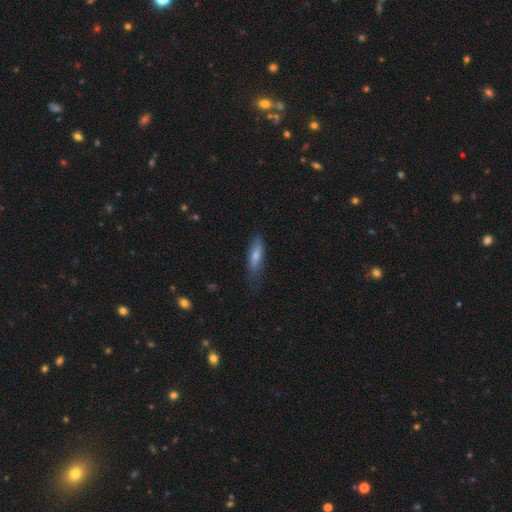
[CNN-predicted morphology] Smooth or featured?
  - smooth: 72% *
  - featured or disk: 22%
  - star or artifact: 6%
How rounded?
  - cigar-shaped: 56% *
  - in between: 42%
  - round: 2%
Merging?
  - none: 64% *
  - minor disturbance: 27%
  - major disturbance: 8%
  - merger: 1%